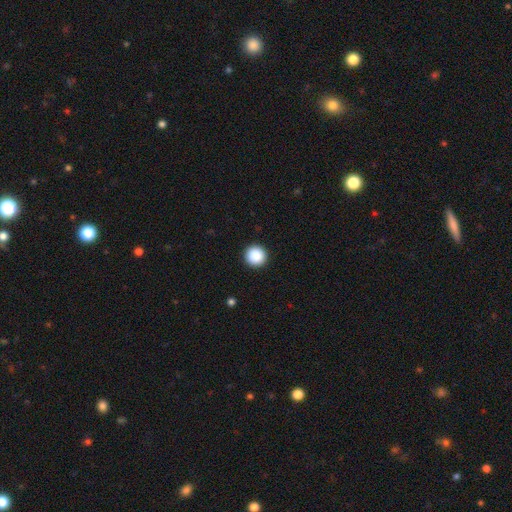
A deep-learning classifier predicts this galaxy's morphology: Overall: smooth (89%). How rounded: round (96%). Merging: none (93%).